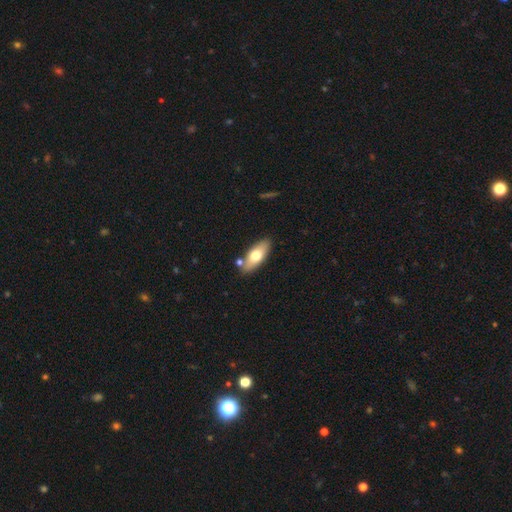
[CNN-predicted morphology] Q: Smooth or featured?
A: smooth (65%); runner-up: featured or disk (29%)
Q: How rounded?
A: in between (78%); runner-up: cigar-shaped (20%)
Q: Merging?
A: none (79%); runner-up: minor disturbance (12%)